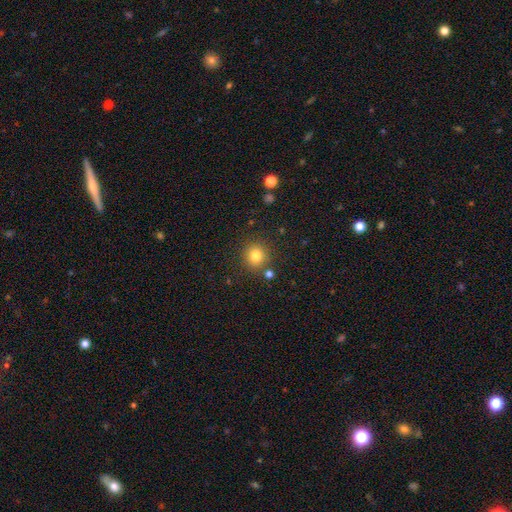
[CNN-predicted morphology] Overall: smooth (82%). How rounded: round (91%). Merging: none (84%).